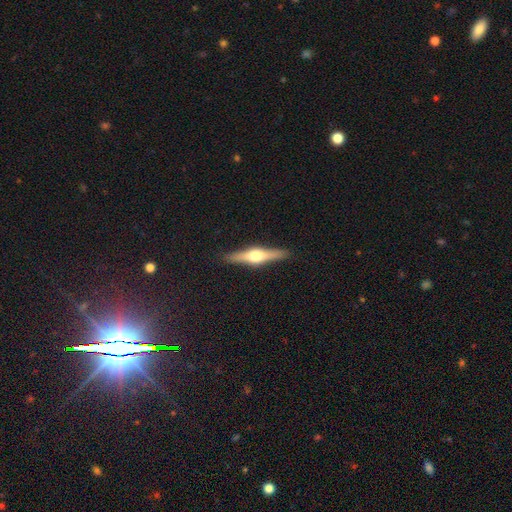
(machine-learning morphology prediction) smooth-or-featured: featured or disk: 71% | smooth: 23% | star or artifact: 6%
  disk-edge-on: yes: 97% | no: 3%
    edge-on-bulge: rounded: 94% | boxy: 4% | none: 2%
  merging: none: 91% | minor disturbance: 7% | major disturbance: 2% | merger: 1%